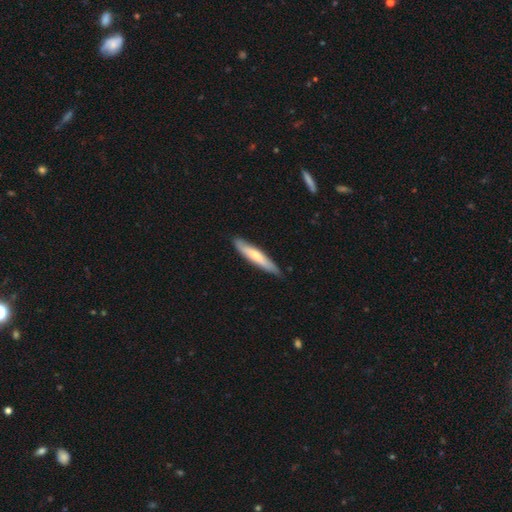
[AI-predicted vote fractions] This appears to be a smooth galaxy with no disk features (64%) that is cigar-shaped (88%). Merging: none (81%).